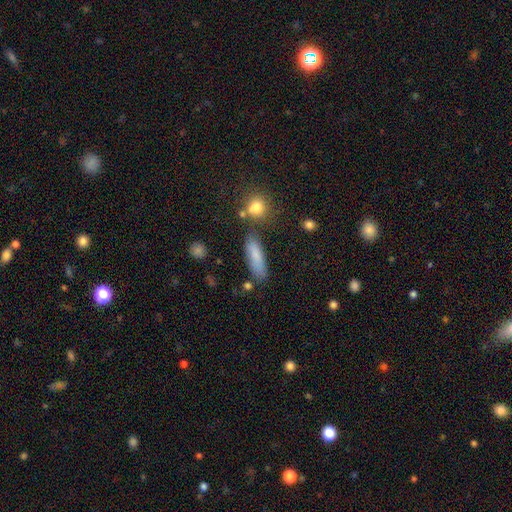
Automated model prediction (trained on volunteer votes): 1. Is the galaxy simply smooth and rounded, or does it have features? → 81% smooth, 11% featured or disk, 9% star or artifact.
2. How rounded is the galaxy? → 58% cigar-shaped, 39% in between, 3% round.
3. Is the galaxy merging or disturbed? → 73% none, 16% minor disturbance, 7% merger, 5% major disturbance.